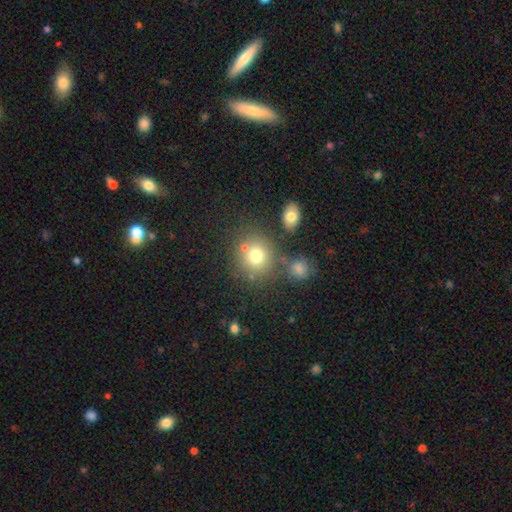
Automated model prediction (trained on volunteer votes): Smooth or featured? smooth (75%)
How rounded? round (81%)
Merging? none (70%)